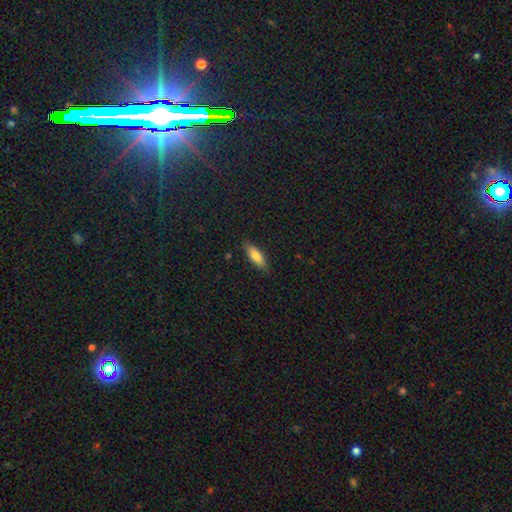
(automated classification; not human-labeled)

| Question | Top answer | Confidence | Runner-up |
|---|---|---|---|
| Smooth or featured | smooth | 78% | featured or disk (15%) |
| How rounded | in between | 61% | cigar-shaped (37%) |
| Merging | none | 85% | minor disturbance (12%) |